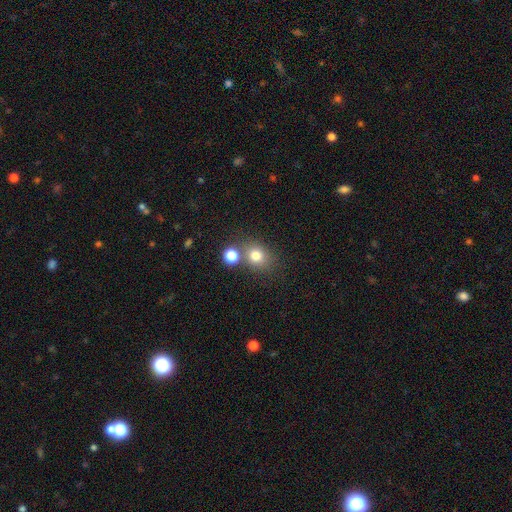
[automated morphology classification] This is likely a smooth galaxy (77%). How rounded: likely round (71%). Merging: likely none (62%).